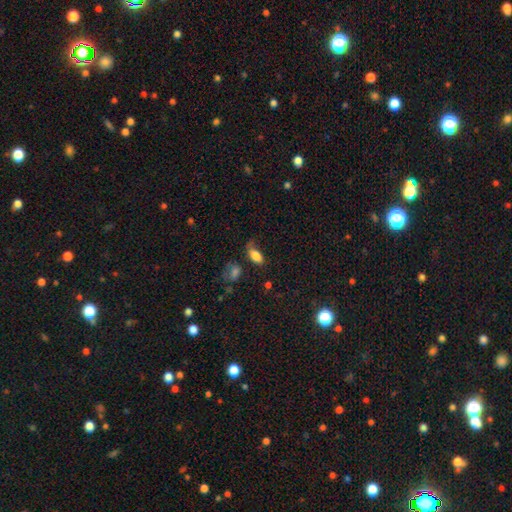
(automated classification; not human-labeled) Smooth or featured: smooth — 82% (featured or disk — 9%)
How rounded: in between — 90% (cigar-shaped — 5%)
Merging: none — 49% (minor disturbance — 27%)